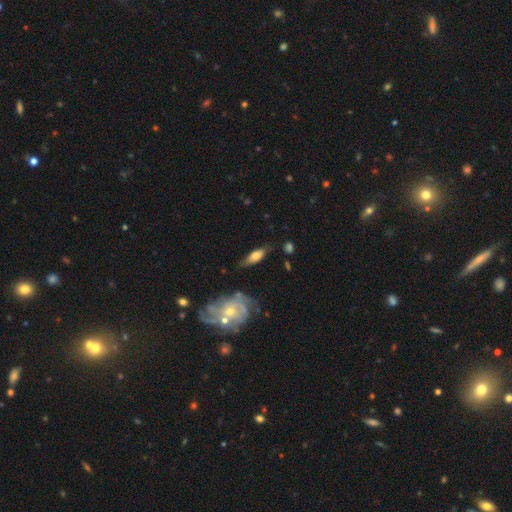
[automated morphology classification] The model was most divided on "smooth or featured": smooth: 58%, featured or disk: 35%, star or artifact: 7%. More confident: merging — none (65%); how rounded — in between (64%).